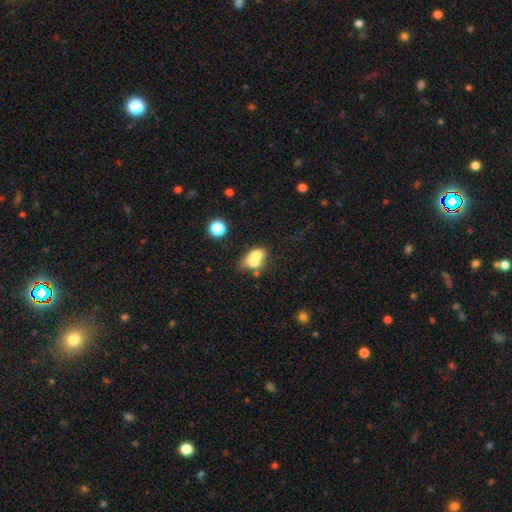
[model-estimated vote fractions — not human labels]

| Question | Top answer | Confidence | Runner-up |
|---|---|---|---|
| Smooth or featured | smooth | 65% | featured or disk (24%) |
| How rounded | in between | 59% | round (39%) |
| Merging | merger | 61% | none (24%) |